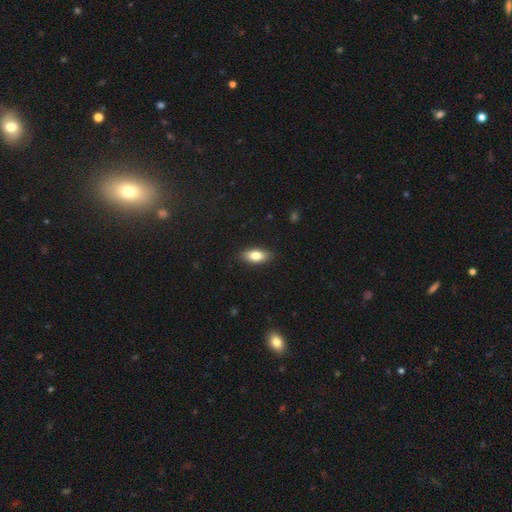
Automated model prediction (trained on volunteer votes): Smooth or featured? Predicted: smooth (p=0.79). How rounded? Predicted: in between (p=0.83). Merging? Predicted: none (p=0.88).